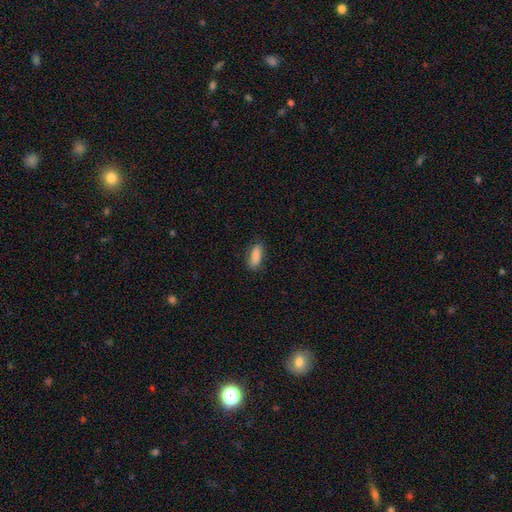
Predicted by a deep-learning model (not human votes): Morphology: type=smooth (86%); roundness=in between (68%); merging=none (76%).